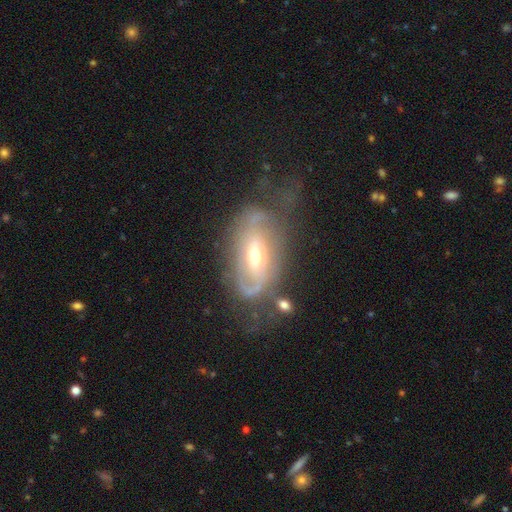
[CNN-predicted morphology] A featured or disk galaxy (73%) with no bar (43%), 2 (46%) tight (39%) spiral arms (76%) and a moderate central bulge (58%). Merging: none (41%).